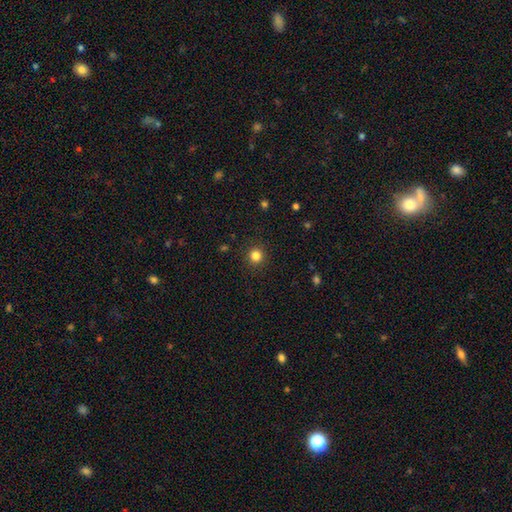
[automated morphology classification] smooth-or-featured: smooth: 83% | star or artifact: 12% | featured or disk: 4%
  how-rounded: round: 93% | in between: 6% | cigar-shaped: 1%
  merging: none: 91% | minor disturbance: 6% | major disturbance: 2% | merger: 1%